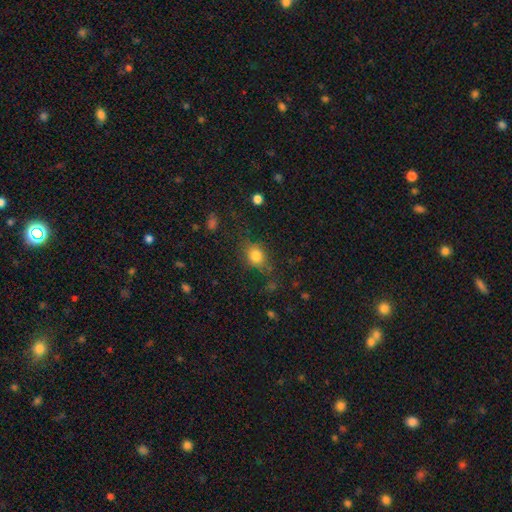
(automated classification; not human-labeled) Smooth or featured? smooth (80%)
How rounded? round (62%)
Merging? none (72%)